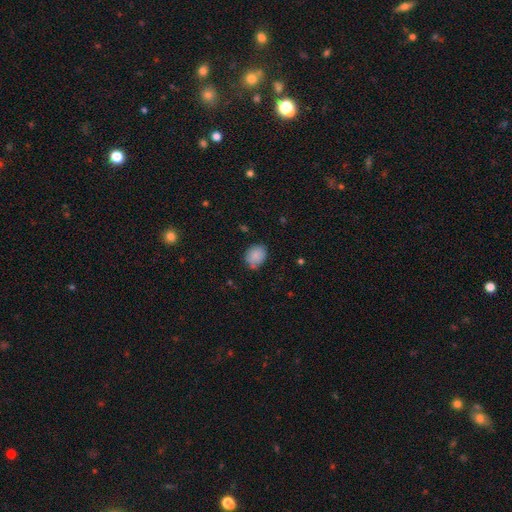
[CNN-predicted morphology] This is clearly a smooth galaxy (86%). How rounded: possibly in between (52%). Merging: likely none (72%).